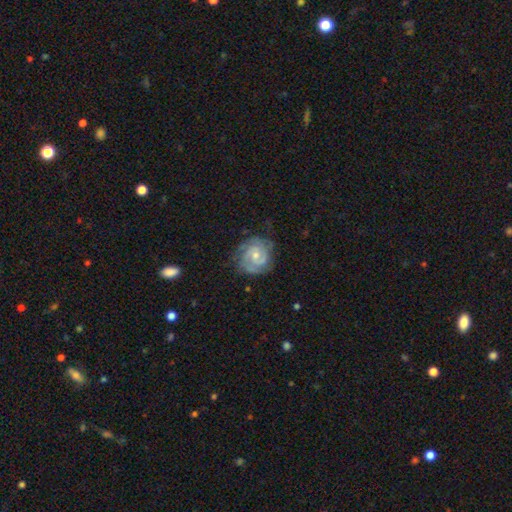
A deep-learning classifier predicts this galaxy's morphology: Q: Smooth or featured?
A: featured or disk (85%); runner-up: smooth (10%)
Q: Edge-on disk?
A: no (98%); runner-up: yes (2%)
Q: Bar?
A: no (61%); runner-up: weak (33%)
Q: Spiral arms?
A: yes (96%); runner-up: no (4%)
Q: Spiral winding?
A: tight (62%); runner-up: medium (32%)
Q: Spiral arm count?
A: 2 (53%); runner-up: 3 (19%)
Q: Bulge size?
A: small (53%); runner-up: moderate (42%)
Q: Merging?
A: none (74%); runner-up: minor disturbance (18%)